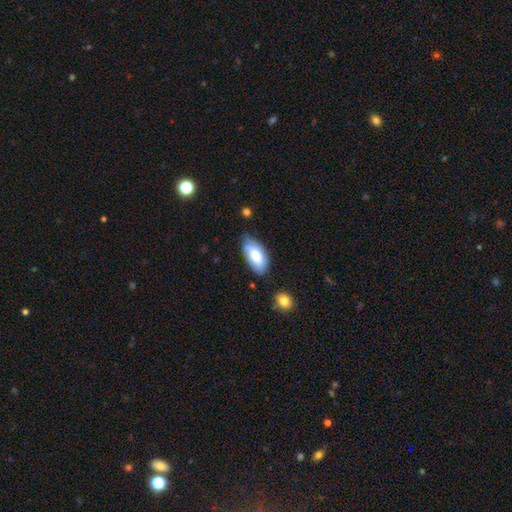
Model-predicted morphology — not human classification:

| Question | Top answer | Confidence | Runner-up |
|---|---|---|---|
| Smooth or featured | smooth | 72% | featured or disk (21%) |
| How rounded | in between | 92% | cigar-shaped (5%) |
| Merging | none | 65% | minor disturbance (26%) |